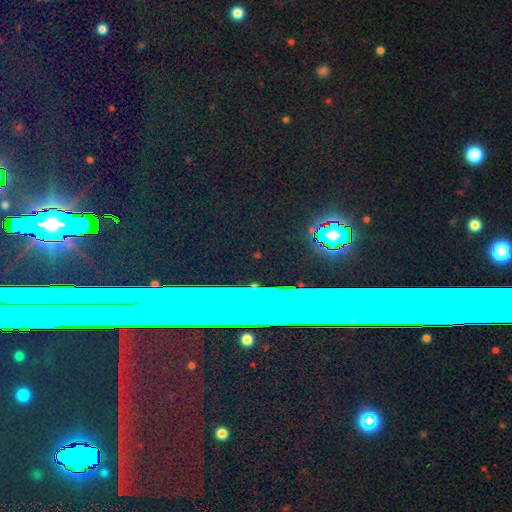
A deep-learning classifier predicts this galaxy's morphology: A star or artifact, not a galaxy (79%).